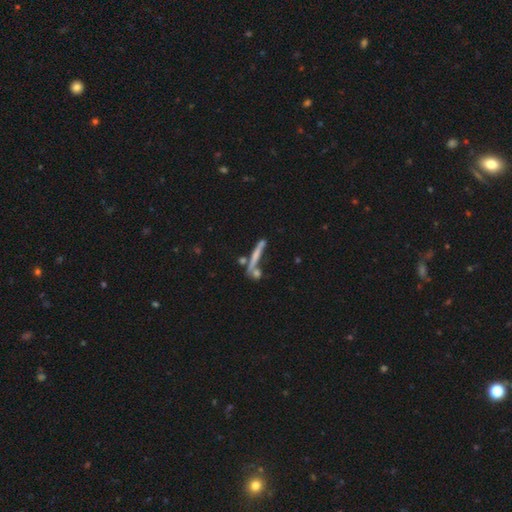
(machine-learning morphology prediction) Overall: smooth (45%; featured or disk 43%). Merging: none (55%; merger 24%).